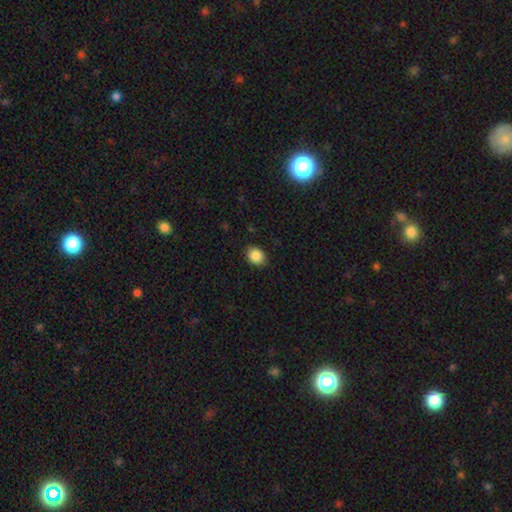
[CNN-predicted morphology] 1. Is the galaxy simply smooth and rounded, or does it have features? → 88% smooth, 9% star or artifact, 3% featured or disk.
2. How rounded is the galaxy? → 50% round, 49% in between, 1% cigar-shaped.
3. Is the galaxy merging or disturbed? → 86% none, 11% minor disturbance, 2% major disturbance, 1% merger.